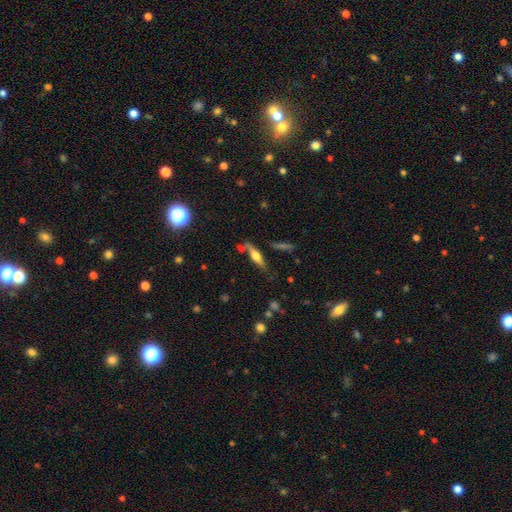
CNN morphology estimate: This appears to be a featured or disk galaxy (48%). Merging: none (66%).